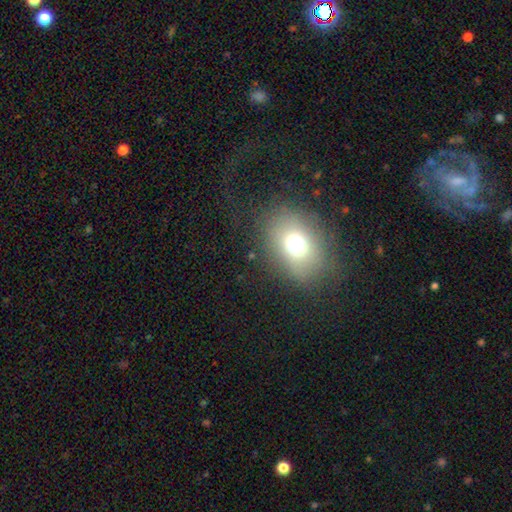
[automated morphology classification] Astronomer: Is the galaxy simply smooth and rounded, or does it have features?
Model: smooth — 62%.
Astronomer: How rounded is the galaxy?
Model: in between — 59% (runner-up: round, 39%).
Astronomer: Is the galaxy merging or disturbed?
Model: none — 68%.